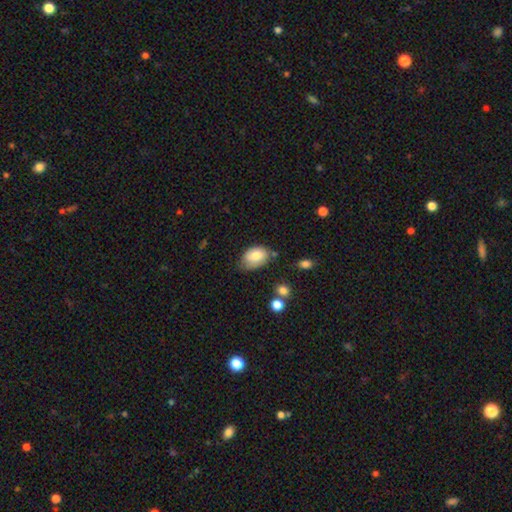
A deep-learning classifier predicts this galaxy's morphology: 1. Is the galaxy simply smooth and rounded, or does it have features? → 75% smooth, 18% featured or disk, 7% star or artifact.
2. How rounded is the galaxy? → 86% in between, 12% round, 1% cigar-shaped.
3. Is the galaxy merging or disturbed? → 54% none, 34% minor disturbance, 8% major disturbance, 4% merger.